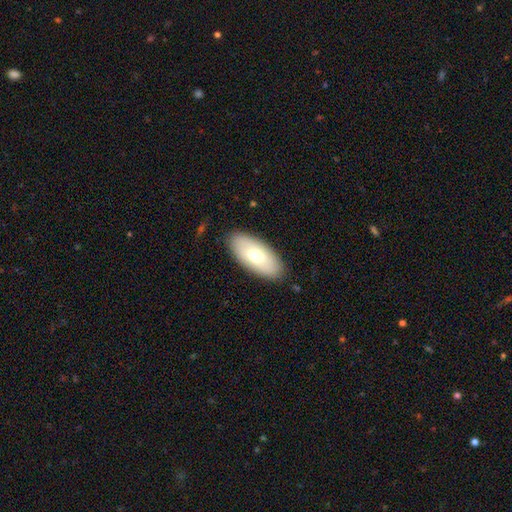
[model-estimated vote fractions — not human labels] The model was most divided on "smooth or featured": smooth: 69%, featured or disk: 25%, star or artifact: 6%. More confident: how rounded — in between (89%); merging — none (87%).